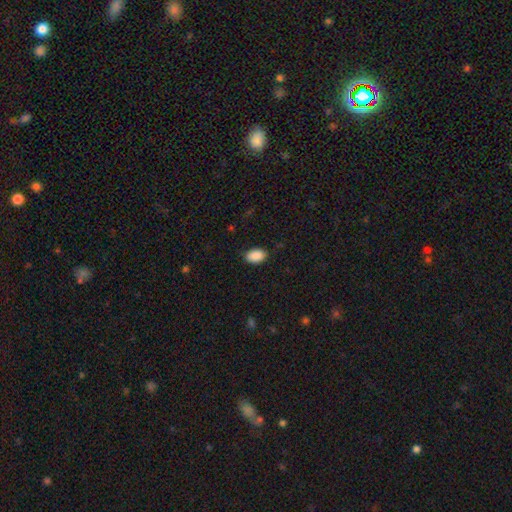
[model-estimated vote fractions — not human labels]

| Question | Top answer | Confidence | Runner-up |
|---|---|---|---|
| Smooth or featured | smooth | 90% | star or artifact (7%) |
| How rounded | in between | 92% | round (7%) |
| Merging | none | 86% | minor disturbance (10%) |